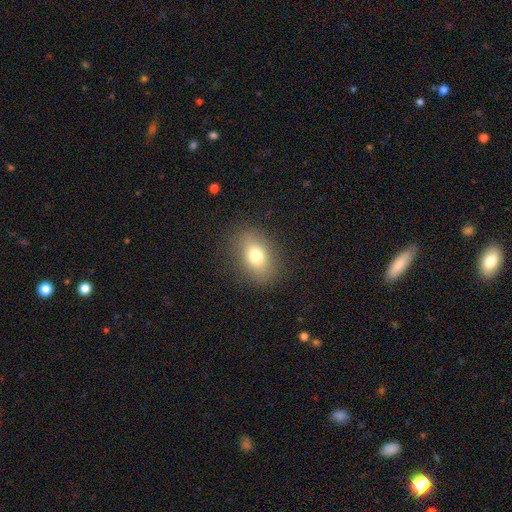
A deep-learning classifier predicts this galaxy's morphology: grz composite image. It shows a smooth galaxy with no disk features (75%) that is in between round and cigar-shaped (78%). Merging: none (85%).